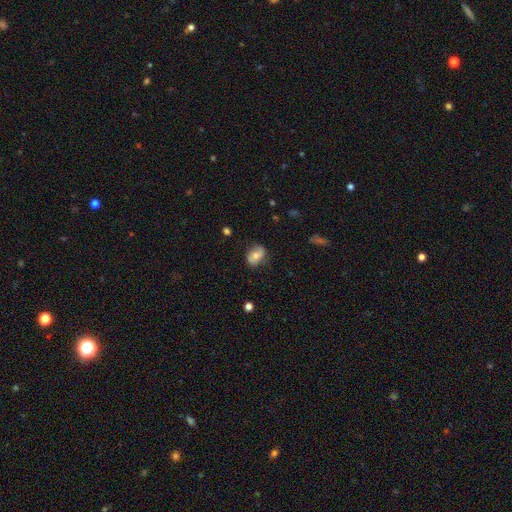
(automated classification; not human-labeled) Q: Smooth or featured?
A: smooth (59%); runner-up: featured or disk (33%)
Q: How rounded?
A: in between (76%); runner-up: round (23%)
Q: Merging?
A: none (74%); runner-up: minor disturbance (20%)